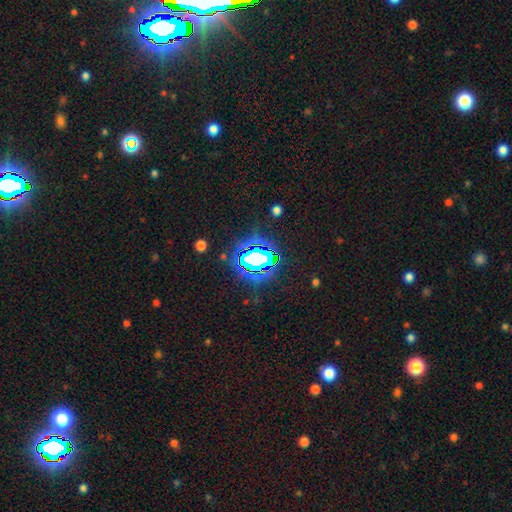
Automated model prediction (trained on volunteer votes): Morphology: type=star or artifact (71%).